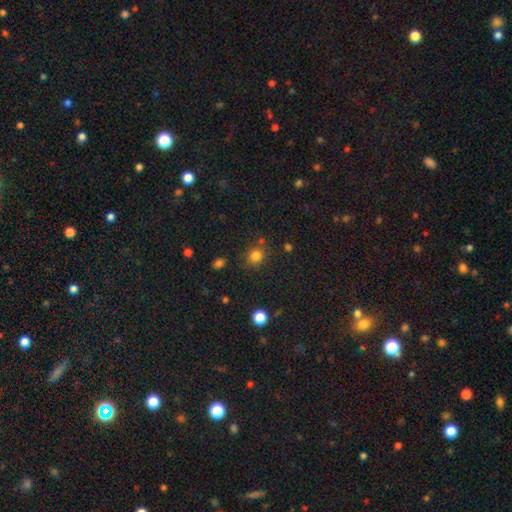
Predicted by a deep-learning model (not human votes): Smooth or featured? Predicted: smooth (p=0.80). How rounded? Predicted: round (p=0.82). Merging? Predicted: none (p=0.79).